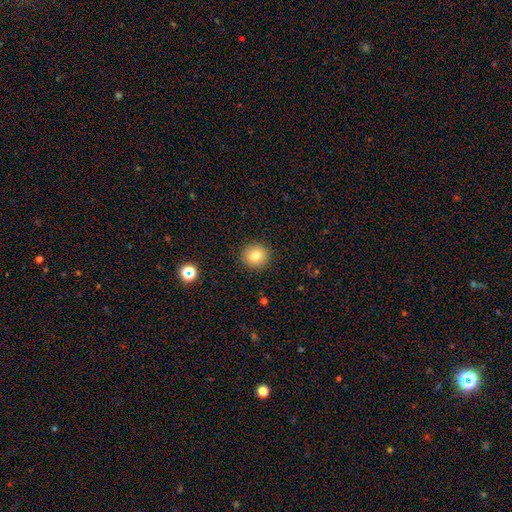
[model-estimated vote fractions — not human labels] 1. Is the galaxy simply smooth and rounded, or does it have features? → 80% smooth, 11% star or artifact, 9% featured or disk.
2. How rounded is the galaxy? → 89% round, 10% in between, 1% cigar-shaped.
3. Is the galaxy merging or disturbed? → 91% none, 6% minor disturbance, 2% major disturbance, 1% merger.